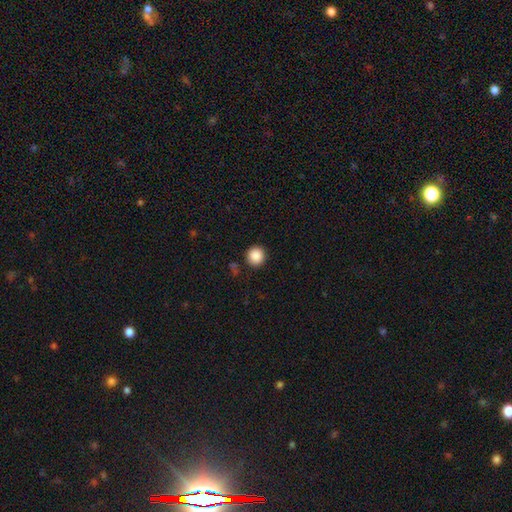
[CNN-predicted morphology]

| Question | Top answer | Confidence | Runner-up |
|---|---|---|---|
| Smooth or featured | smooth | 88% | star or artifact (9%) |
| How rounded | round | 93% | in between (6%) |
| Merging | none | 90% | minor disturbance (6%) |